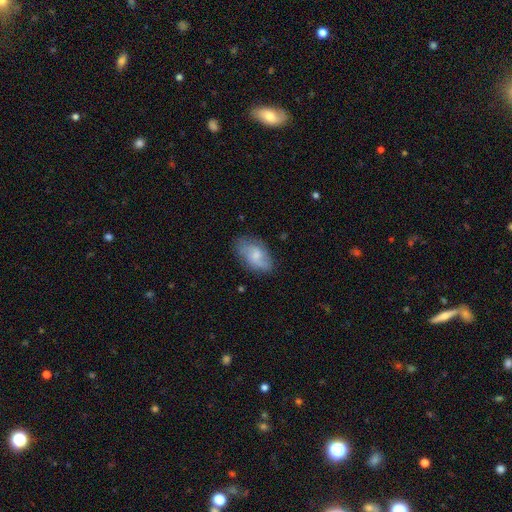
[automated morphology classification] type=smooth (51%); roundness=in between (91%); merging=none (70%).